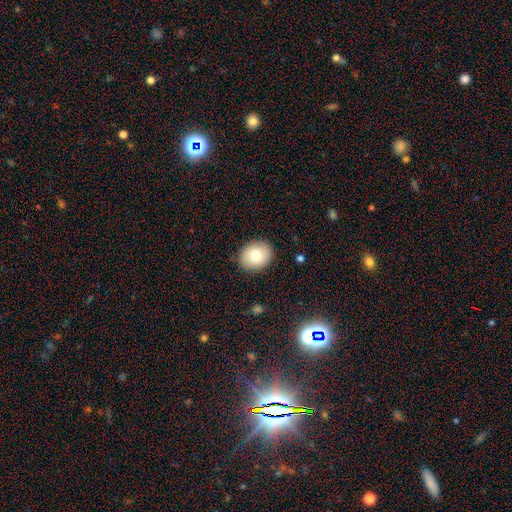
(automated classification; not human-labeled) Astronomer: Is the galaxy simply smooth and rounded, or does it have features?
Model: smooth — 77%.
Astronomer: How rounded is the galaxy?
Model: round — 51% (runner-up: in between, 48%).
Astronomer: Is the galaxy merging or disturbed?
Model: none — 89%.